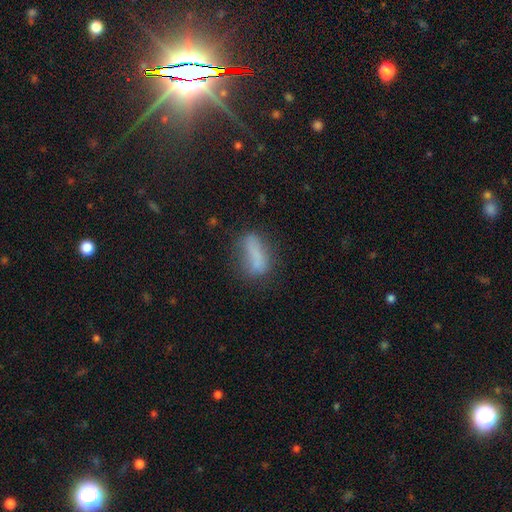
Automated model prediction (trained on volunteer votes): smooth-or-featured: smooth: 70% | featured or disk: 19% | star or artifact: 11%
  how-rounded: in between: 64% | cigar-shaped: 31% | round: 5%
  merging: none: 55% | minor disturbance: 25% | major disturbance: 14% | merger: 7%